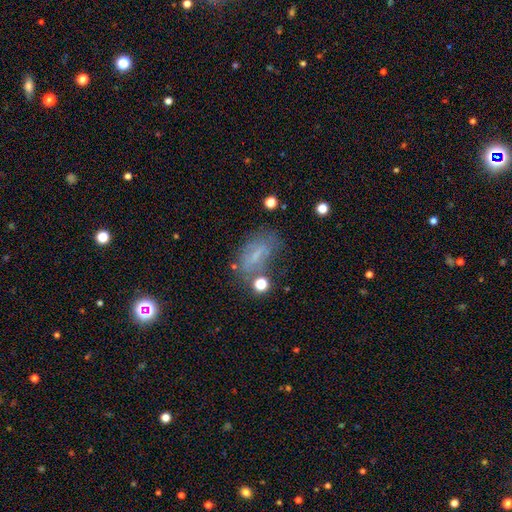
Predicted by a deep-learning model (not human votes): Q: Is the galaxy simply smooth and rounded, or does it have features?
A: smooth — 41%.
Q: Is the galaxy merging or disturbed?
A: none — 49%.